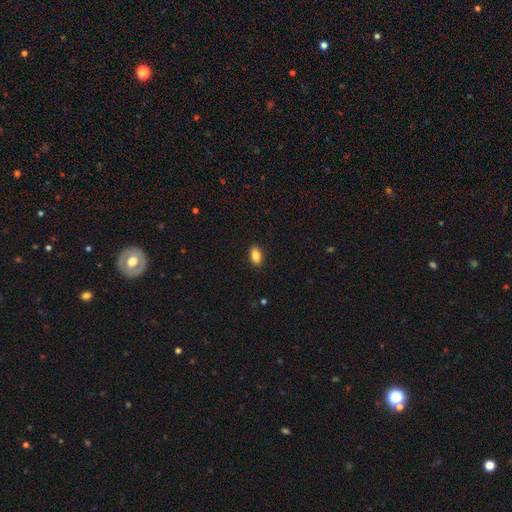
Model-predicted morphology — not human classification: A smooth galaxy with no disk features (85%) that is in between round and cigar-shaped (90%). Merging: none (90%).